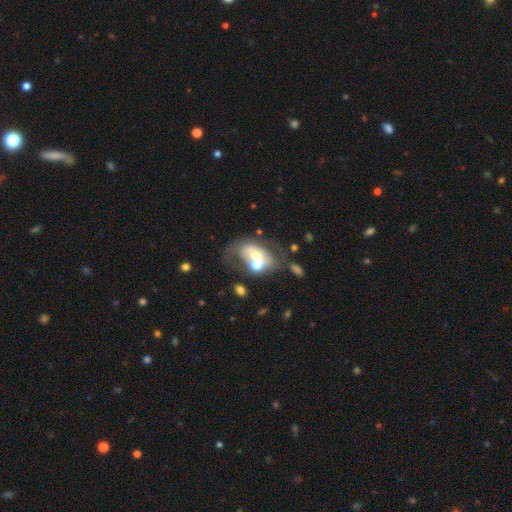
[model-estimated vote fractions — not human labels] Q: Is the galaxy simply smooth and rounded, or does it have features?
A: featured or disk — 54%.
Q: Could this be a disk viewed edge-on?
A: no — 95%.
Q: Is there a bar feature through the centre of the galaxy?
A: no — 70%.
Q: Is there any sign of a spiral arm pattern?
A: no — 55%.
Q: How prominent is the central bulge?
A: moderate — 56%.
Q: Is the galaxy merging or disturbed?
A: none — 32%.